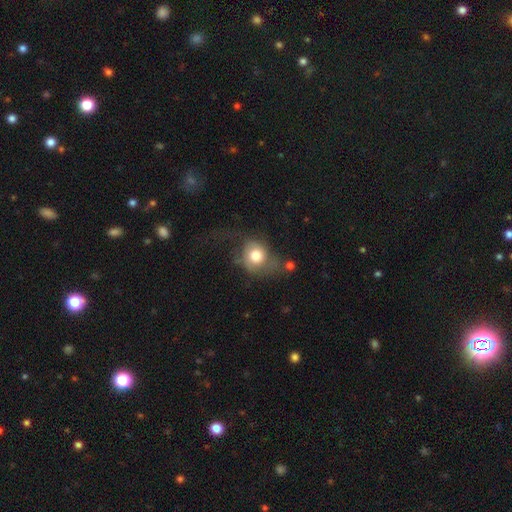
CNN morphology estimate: smooth_or_featured: smooth (p=0.71) [alt: featured or disk p=0.21]
how_rounded: round (p=0.70) [alt: in between p=0.29]
merging: major disturbance (p=0.36) [alt: none p=0.31]